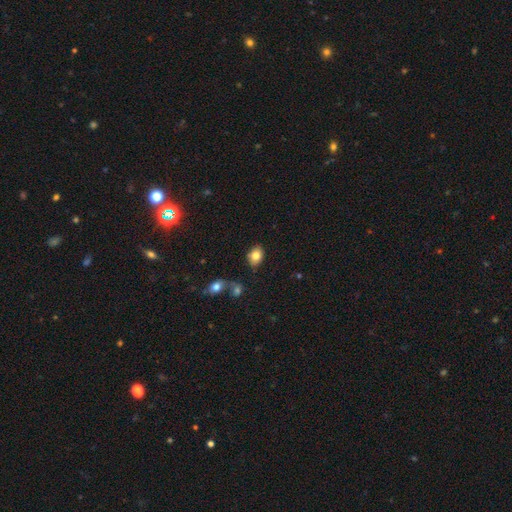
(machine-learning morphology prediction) Overall: smooth (81%). How rounded: in between (74%). Merging: none (80%).